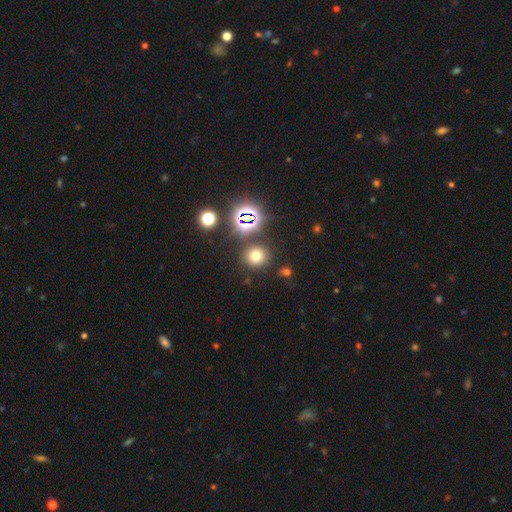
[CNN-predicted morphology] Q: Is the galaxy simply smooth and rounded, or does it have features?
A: smooth — 67%.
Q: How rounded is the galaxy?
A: round — 87%.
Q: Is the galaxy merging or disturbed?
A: none — 83%.